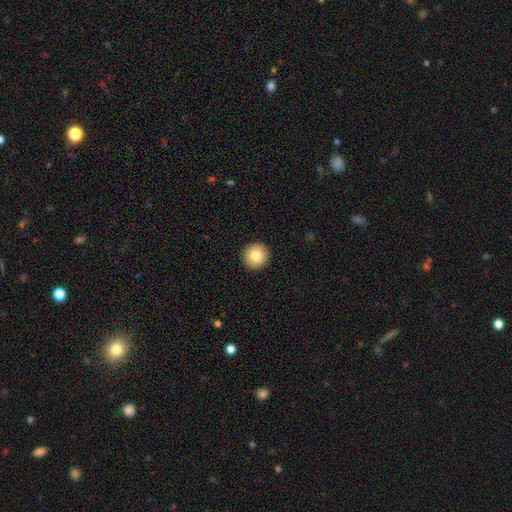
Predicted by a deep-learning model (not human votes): Q: Smooth or featured?
A: smooth (82%); runner-up: featured or disk (9%)
Q: How rounded?
A: round (96%); runner-up: in between (3%)
Q: Merging?
A: none (94%); runner-up: minor disturbance (4%)